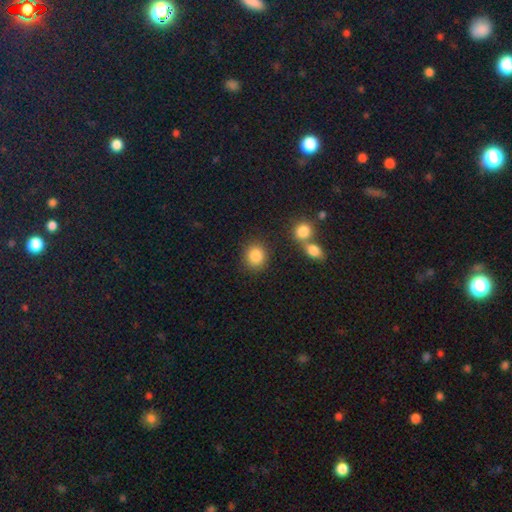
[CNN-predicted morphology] smooth-or-featured: smooth: 86% | star or artifact: 9% | featured or disk: 5%
  how-rounded: round: 80% | in between: 19% | cigar-shaped: 1%
  merging: none: 81% | minor disturbance: 8% | merger: 7% | major disturbance: 3%